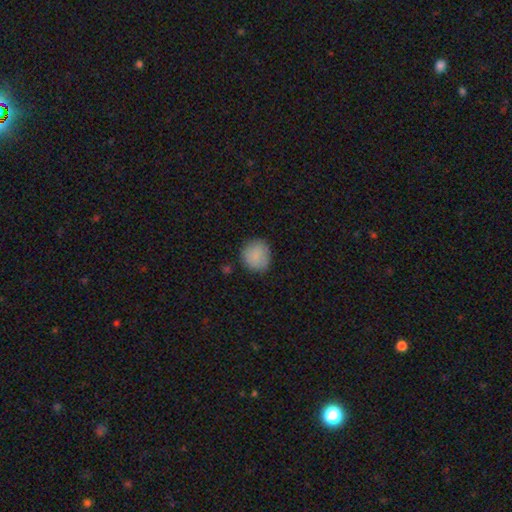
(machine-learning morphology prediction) A smooth galaxy with no disk features (86%) that is round (88%).

Vote fractions:
- Smooth or featured? smooth: 86% / star or artifact: 8% / featured or disk: 6%
- How rounded? round: 88% / in between: 11% / cigar-shaped: 1%
- Merging? none: 81% / minor disturbance: 14% / major disturbance: 3% / merger: 2%